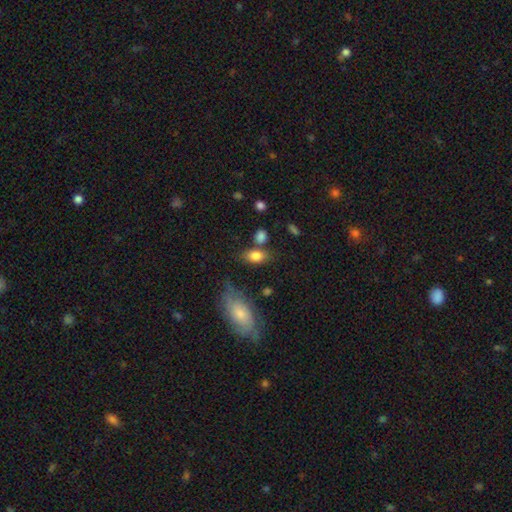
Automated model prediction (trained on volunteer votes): Smooth or featured? Predicted: smooth (p=0.82). How rounded? Predicted: in between (p=0.84). Merging? Predicted: none (p=0.64).